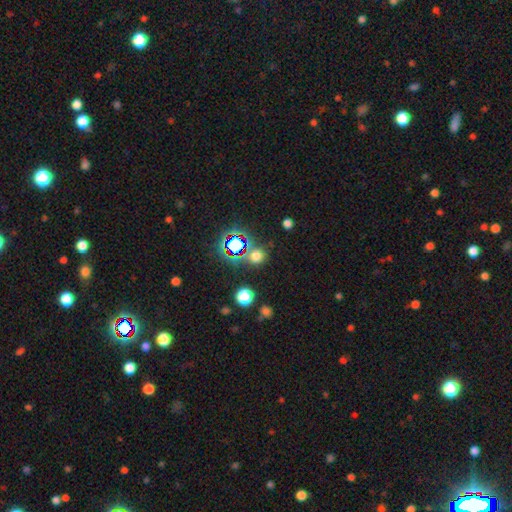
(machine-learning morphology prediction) This is possibly a smooth galaxy (58%). How rounded: clearly round (84%). Merging: likely none (76%).